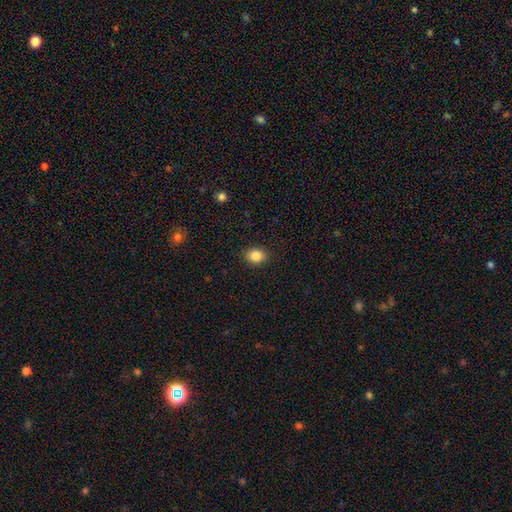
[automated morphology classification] Smooth or featured?
  - smooth: 85% *
  - star or artifact: 10%
  - featured or disk: 5%
How rounded?
  - in between: 50% *
  - round: 49%
  - cigar-shaped: 1%
Merging?
  - none: 88% *
  - minor disturbance: 8%
  - major disturbance: 2%
  - merger: 1%